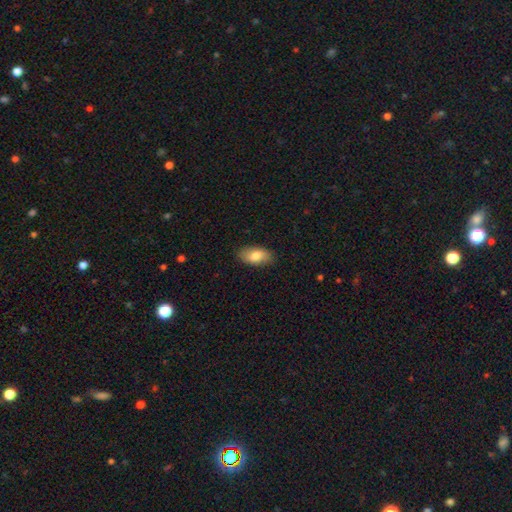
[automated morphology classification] Smooth or featured?
  - smooth: 80% *
  - featured or disk: 14%
  - star or artifact: 6%
How rounded?
  - in between: 92% *
  - cigar-shaped: 4%
  - round: 4%
Merging?
  - none: 85% *
  - minor disturbance: 11%
  - major disturbance: 2%
  - merger: 1%